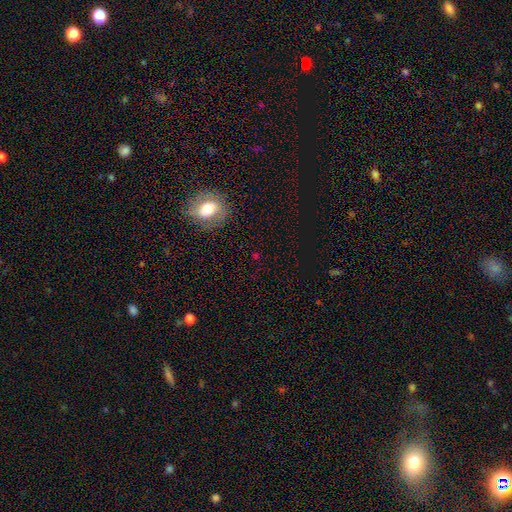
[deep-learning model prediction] Smooth or featured? smooth (43%, tied with star or artifact)
Merging? none (80%)